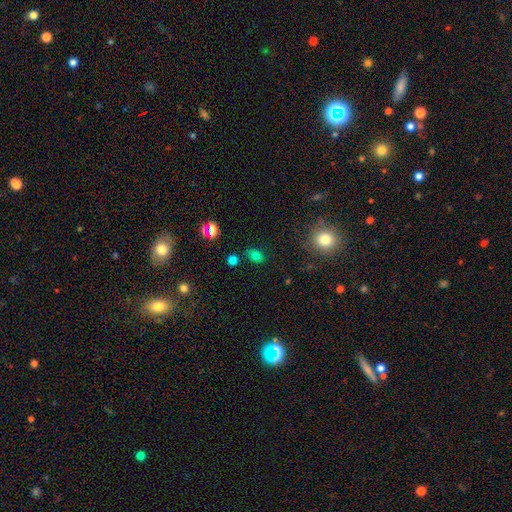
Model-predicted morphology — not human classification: This appears to be a smooth galaxy with no disk features (72%) that is in between round and cigar-shaped (65%). Merging: none (75%).